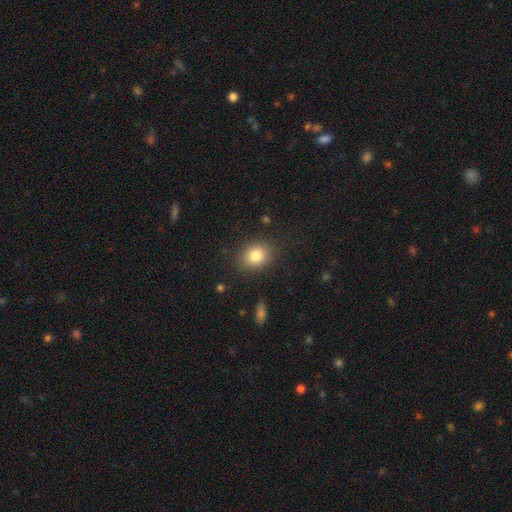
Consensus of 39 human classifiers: Volunteers were most divided on "how rounded": round: 52%, in between: 48%, cigar-shaped: 0%. More confident: merging — none (86%); smooth or featured — smooth (85%).